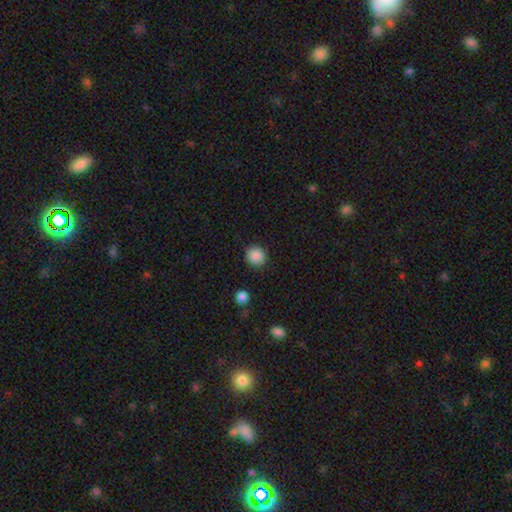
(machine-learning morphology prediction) Q: Smooth or featured?
A: smooth (88%); runner-up: star or artifact (9%)
Q: How rounded?
A: round (89%); runner-up: in between (10%)
Q: Merging?
A: none (89%); runner-up: minor disturbance (8%)